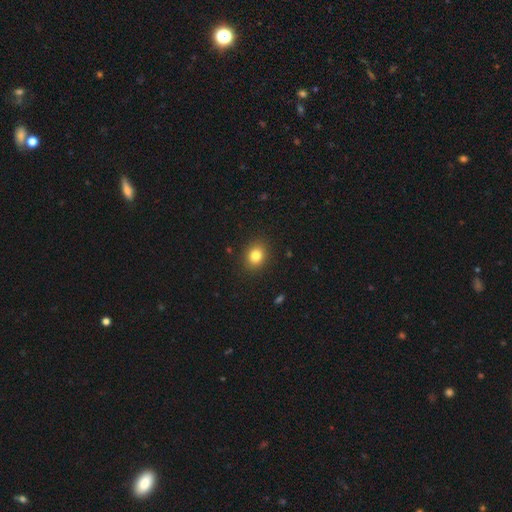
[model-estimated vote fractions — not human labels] Smooth or featured? smooth (82%)
How rounded? round (55%)
Merging? none (89%)